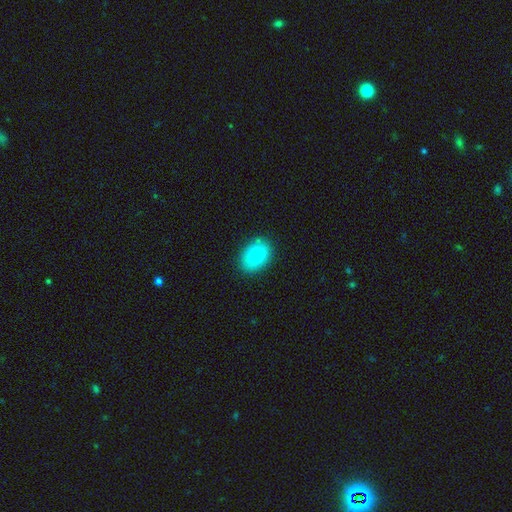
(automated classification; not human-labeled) Smooth or featured?
  - smooth: 79% *
  - featured or disk: 14%
  - star or artifact: 7%
How rounded?
  - in between: 85% *
  - round: 14%
  - cigar-shaped: 1%
Merging?
  - none: 80% *
  - minor disturbance: 15%
  - major disturbance: 3%
  - merger: 2%